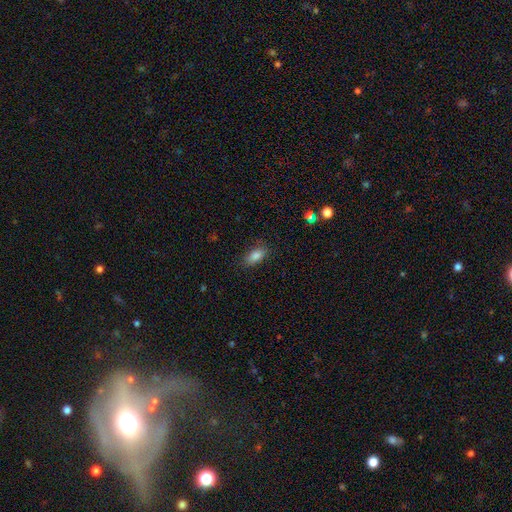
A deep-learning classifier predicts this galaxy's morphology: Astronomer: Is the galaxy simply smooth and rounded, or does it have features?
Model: smooth — 84%.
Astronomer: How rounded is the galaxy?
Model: in between — 86%.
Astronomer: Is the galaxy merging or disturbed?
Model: none — 84%.